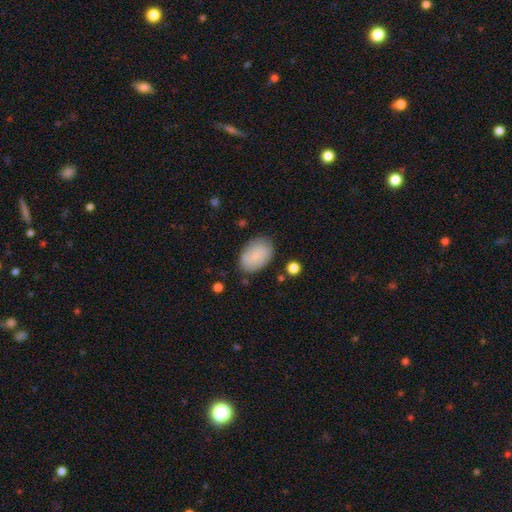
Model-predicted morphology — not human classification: Smooth or featured?
  - smooth: 63% *
  - featured or disk: 29%
  - star or artifact: 7%
How rounded?
  - in between: 86% *
  - round: 13%
  - cigar-shaped: 1%
Merging?
  - none: 78% *
  - minor disturbance: 16%
  - major disturbance: 4%
  - merger: 2%